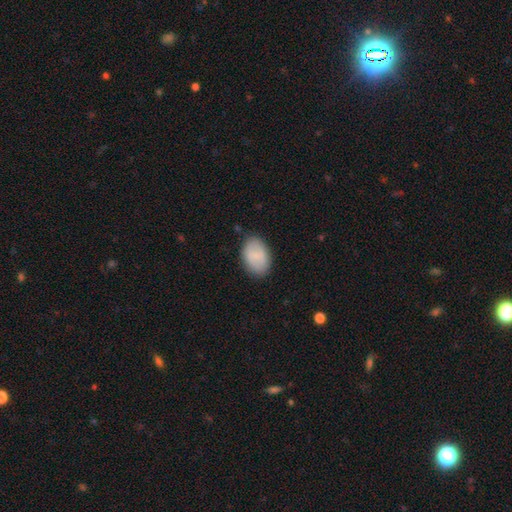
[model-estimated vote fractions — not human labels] Smooth or featured? smooth (77%)
How rounded? in between (84%)
Merging? none (81%)